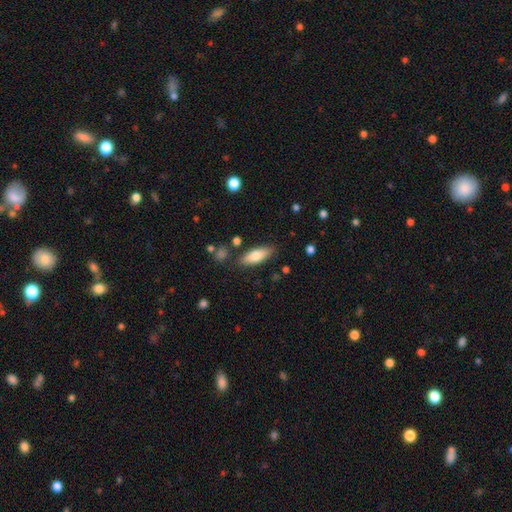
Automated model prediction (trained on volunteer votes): smooth 76%, featured or disk 17%, star or artifact 6%. Down the decision tree: how rounded — in between (70%); merging — none (83%).